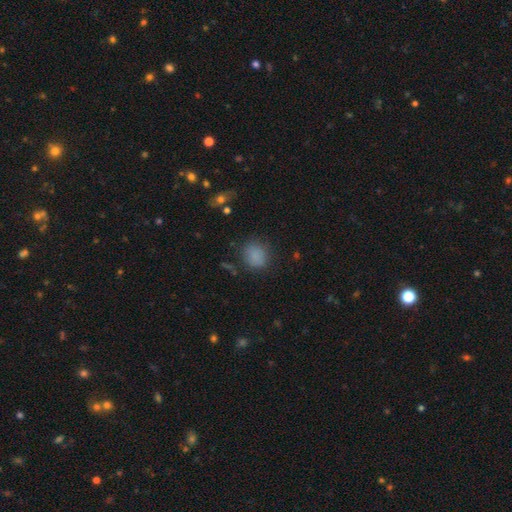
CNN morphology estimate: A smooth galaxy with no disk features (83%) that is round (71%).

Vote fractions:
- Smooth or featured? smooth: 83% / star or artifact: 12% / featured or disk: 5%
- How rounded? round: 71% / in between: 28% / cigar-shaped: 1%
- Merging? none: 77% / minor disturbance: 15% / major disturbance: 5% / merger: 2%